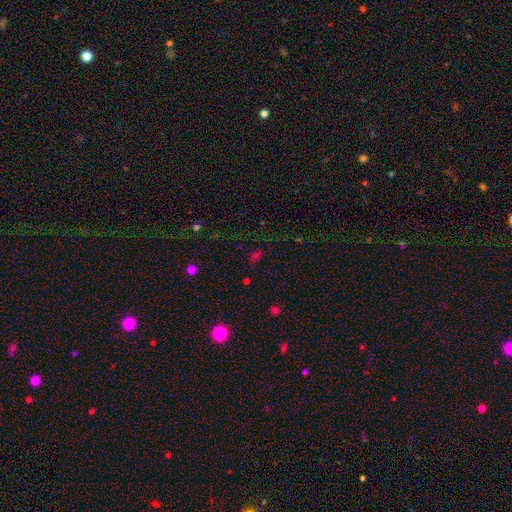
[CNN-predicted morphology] This appears to be a smooth galaxy with no disk features (48%). Merging: none (71%).